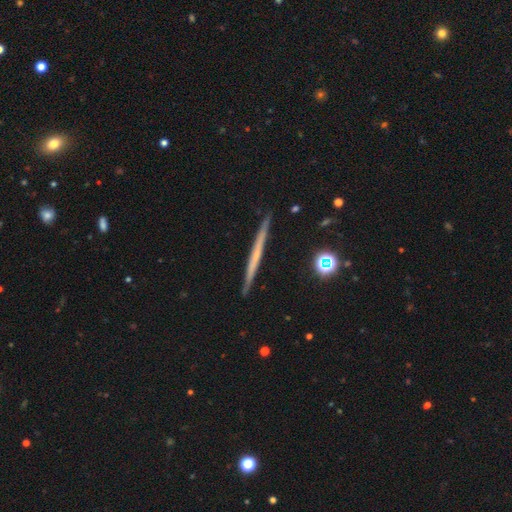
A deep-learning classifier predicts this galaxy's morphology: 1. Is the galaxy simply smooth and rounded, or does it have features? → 56% featured or disk, 38% smooth, 7% star or artifact.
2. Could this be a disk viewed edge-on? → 97% yes, 3% no.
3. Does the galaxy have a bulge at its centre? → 89% none, 8% rounded, 3% boxy.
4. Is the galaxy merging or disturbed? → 91% none, 6% minor disturbance, 1% major disturbance, 1% merger.